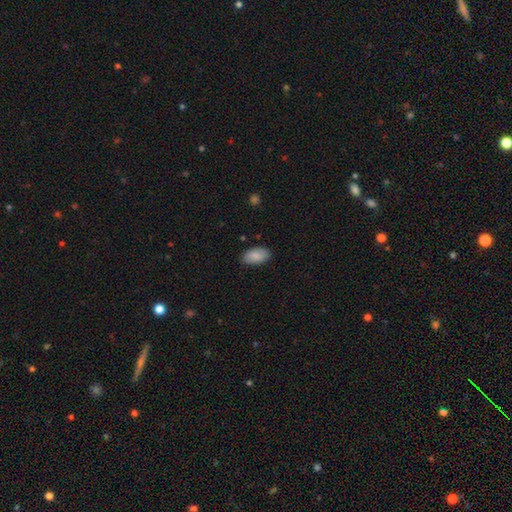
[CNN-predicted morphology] smooth 84%, featured or disk 9%, star or artifact 6%. Down the decision tree: how rounded — in between (94%); merging — none (83%).